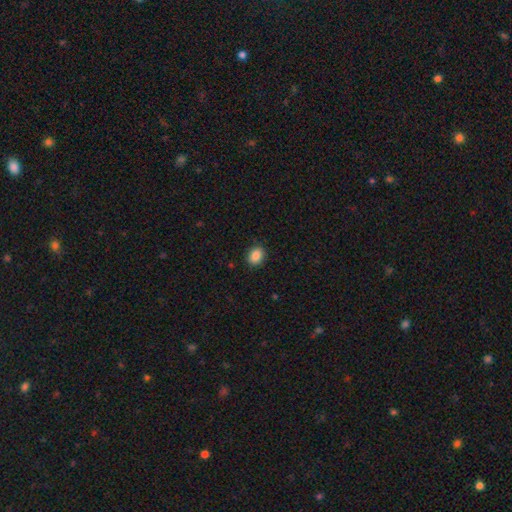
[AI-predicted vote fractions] Q: Smooth or featured?
A: smooth (87%); runner-up: star or artifact (9%)
Q: How rounded?
A: in between (60%); runner-up: round (39%)
Q: Merging?
A: none (88%); runner-up: minor disturbance (9%)